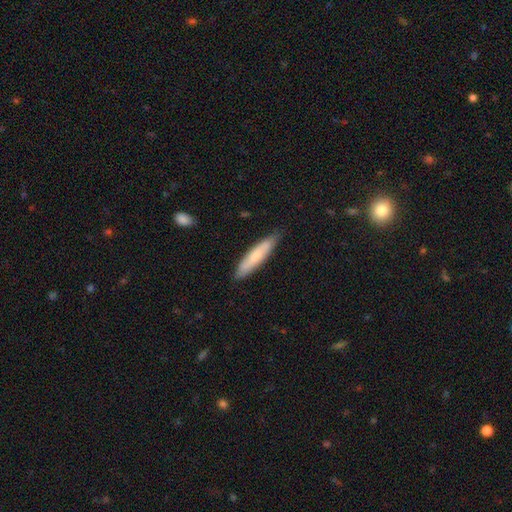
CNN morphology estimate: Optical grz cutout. It shows a smooth galaxy with no disk features (71%) that is cigar-shaped (85%). Merging: none (83%).